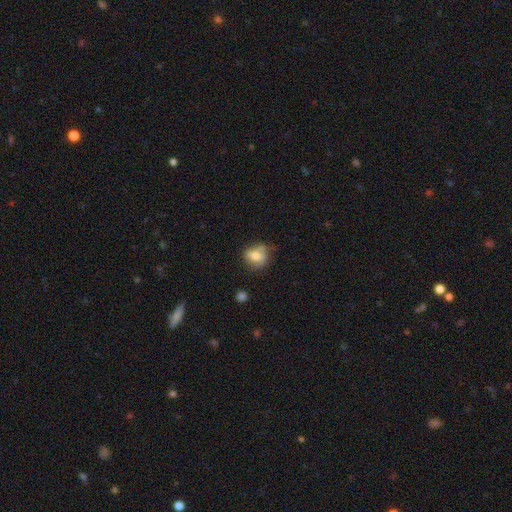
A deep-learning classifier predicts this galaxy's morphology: Q: Smooth or featured?
A: smooth (68%); runner-up: featured or disk (22%)
Q: How rounded?
A: round (58%); runner-up: in between (40%)
Q: Merging?
A: none (53%); runner-up: minor disturbance (28%)